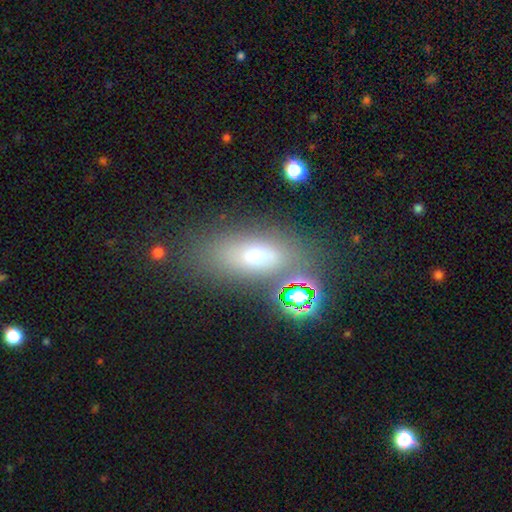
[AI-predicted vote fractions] Smooth or featured? smooth (63%)
How rounded? in between (76%)
Merging? none (70%)